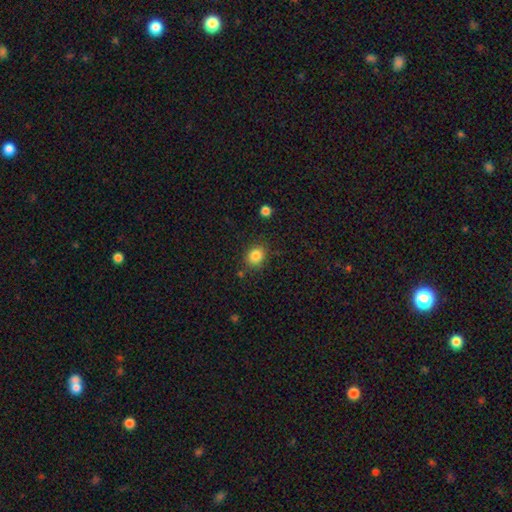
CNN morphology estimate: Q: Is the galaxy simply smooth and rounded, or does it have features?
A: smooth — 84%.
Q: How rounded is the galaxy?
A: round — 64%.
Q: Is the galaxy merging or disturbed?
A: none — 83%.